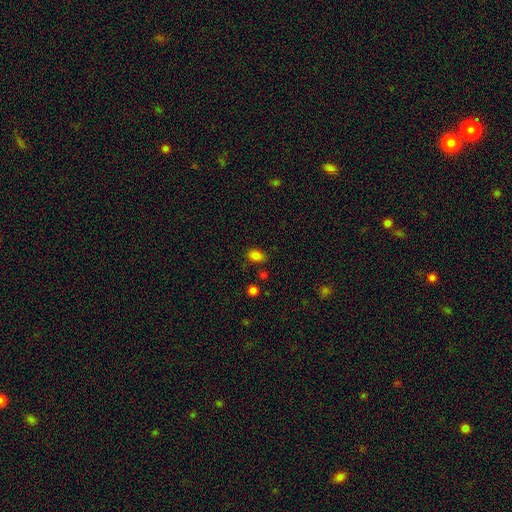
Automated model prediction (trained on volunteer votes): Q: Smooth or featured?
A: smooth (82%); runner-up: star or artifact (13%)
Q: How rounded?
A: in between (84%); runner-up: round (14%)
Q: Merging?
A: none (77%); runner-up: minor disturbance (15%)